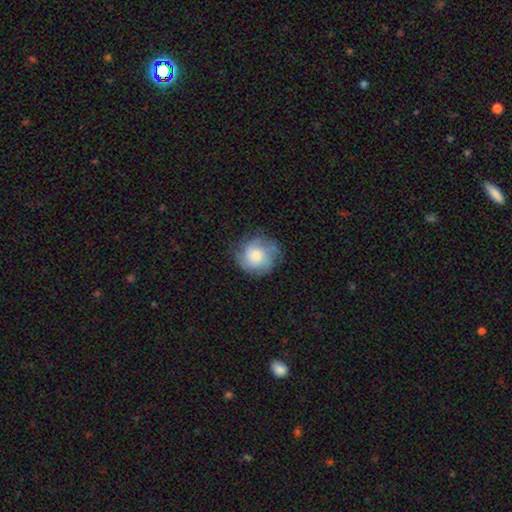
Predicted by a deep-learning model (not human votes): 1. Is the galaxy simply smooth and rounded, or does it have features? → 48% featured or disk, 43% smooth, 9% star or artifact.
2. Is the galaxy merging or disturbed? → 71% none, 20% minor disturbance, 9% major disturbance, 1% merger.